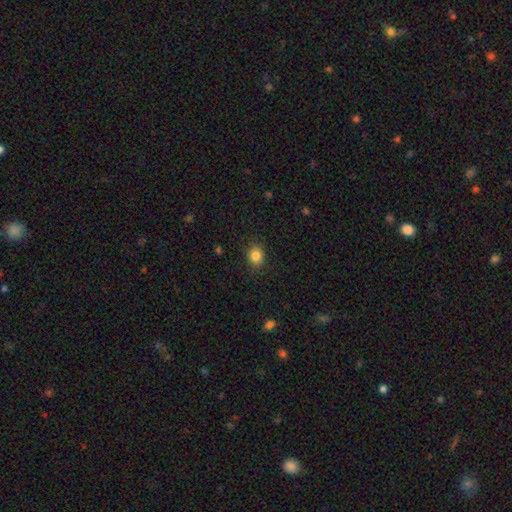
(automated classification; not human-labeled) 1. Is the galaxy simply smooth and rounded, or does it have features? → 85% smooth, 10% star or artifact, 5% featured or disk.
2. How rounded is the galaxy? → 54% round, 45% in between, 1% cigar-shaped.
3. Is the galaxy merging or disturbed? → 88% none, 8% minor disturbance, 3% major disturbance, 1% merger.